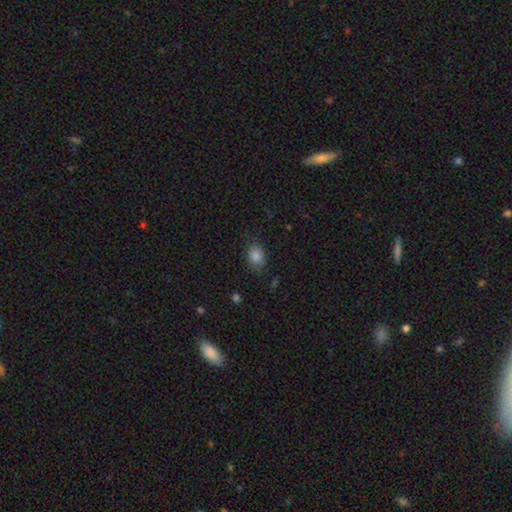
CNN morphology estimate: smooth-or-featured: smooth: 85% | star or artifact: 10% | featured or disk: 5%
  how-rounded: in between: 56% | round: 43% | cigar-shaped: 1%
  merging: none: 76% | minor disturbance: 18% | major disturbance: 5% | merger: 1%